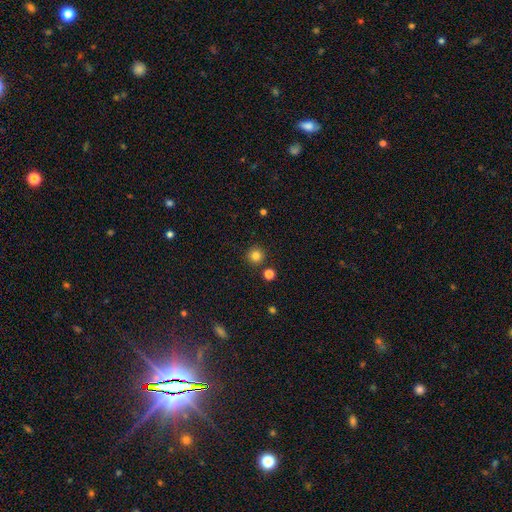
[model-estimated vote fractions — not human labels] This is clearly a smooth galaxy (83%). How rounded: clearly round (95%). Merging: clearly none (88%).